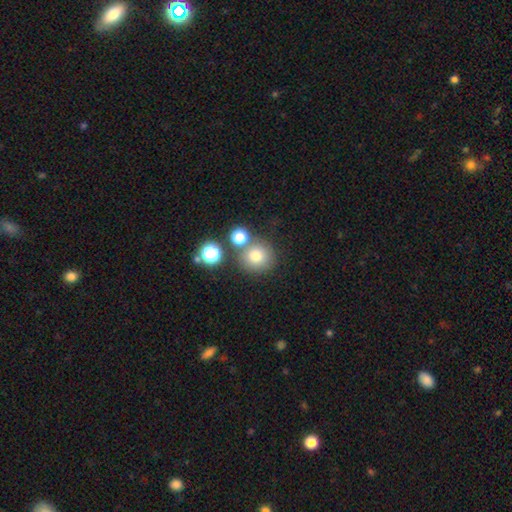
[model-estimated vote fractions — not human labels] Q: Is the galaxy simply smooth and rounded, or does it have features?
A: smooth — 76%.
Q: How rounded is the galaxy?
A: round — 91%.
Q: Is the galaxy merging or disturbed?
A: none — 69%.